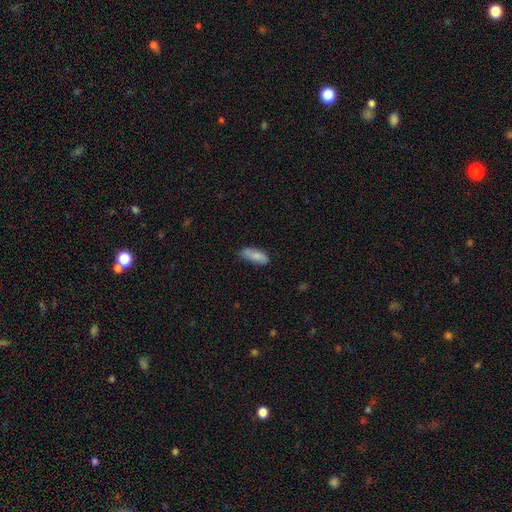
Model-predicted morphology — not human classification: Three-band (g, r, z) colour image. It shows a smooth galaxy with no disk features (81%) that is in between round and cigar-shaped (69%). Merging: none (68%).